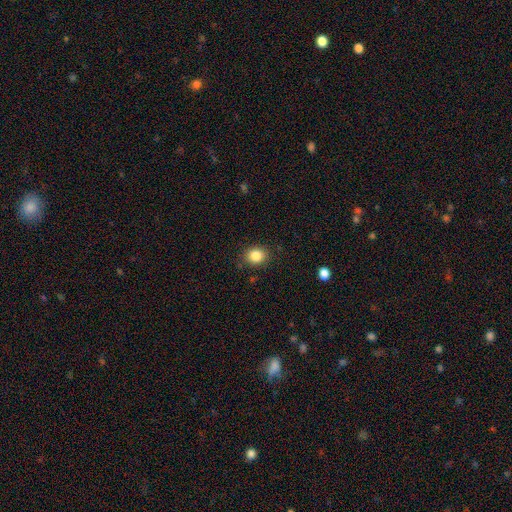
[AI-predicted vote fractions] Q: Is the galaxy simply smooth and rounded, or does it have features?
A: smooth — 85%.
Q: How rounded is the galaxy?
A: round — 65%.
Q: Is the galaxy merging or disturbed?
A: none — 86%.